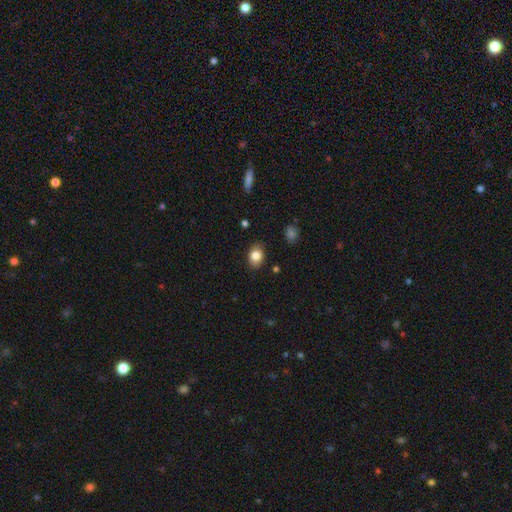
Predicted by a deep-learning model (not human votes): A smooth galaxy with no disk features (83%) that is in between round and cigar-shaped (74%). Merging: none (85%).